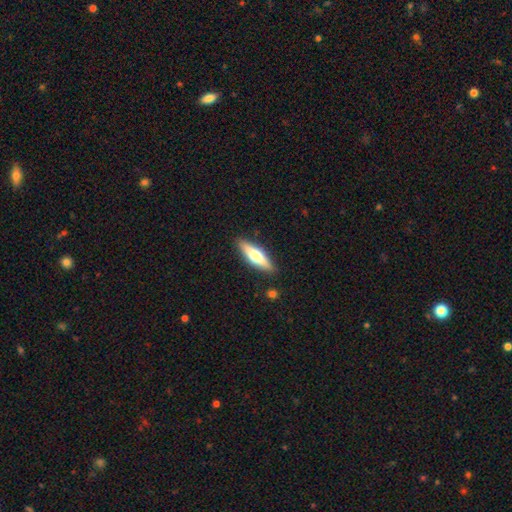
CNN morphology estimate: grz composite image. It shows a smooth galaxy with no disk features (49%). Merging: none (88%).